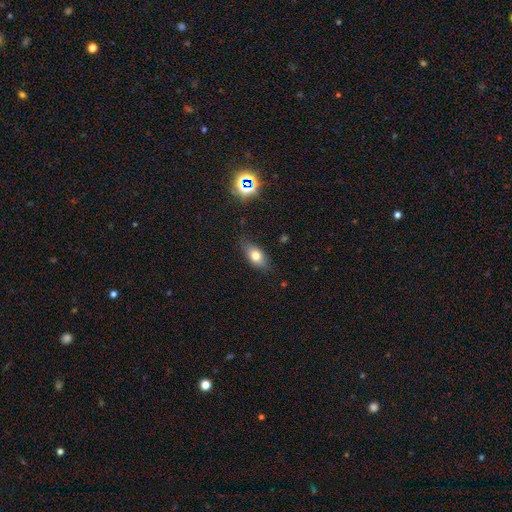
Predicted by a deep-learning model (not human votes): Smooth or featured: smooth — 72% (featured or disk — 17%)
How rounded: in between — 82% (round — 9%)
Merging: none — 78% (minor disturbance — 17%)